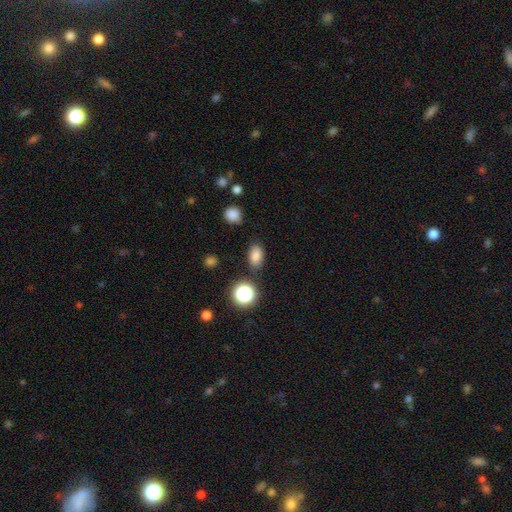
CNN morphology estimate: Smooth or featured?
  - smooth: 80% *
  - star or artifact: 13%
  - featured or disk: 6%
How rounded?
  - in between: 83% *
  - round: 15%
  - cigar-shaped: 2%
Merging?
  - none: 82% *
  - minor disturbance: 12%
  - merger: 3%
  - major disturbance: 3%